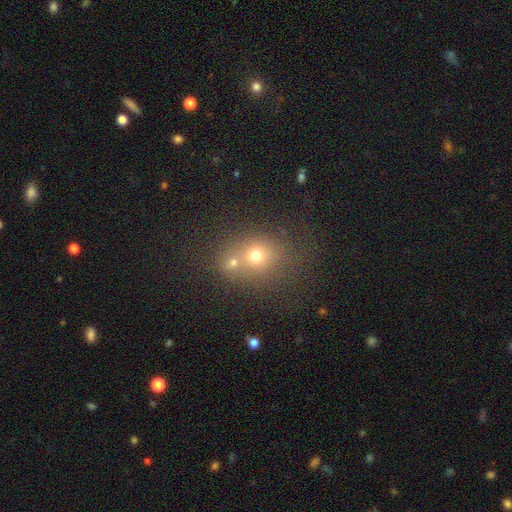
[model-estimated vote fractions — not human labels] Q: Smooth or featured?
A: smooth (64%); runner-up: star or artifact (20%)
Q: How rounded?
A: round (63%); runner-up: in between (36%)
Q: Merging?
A: none (44%); runner-up: merger (40%)